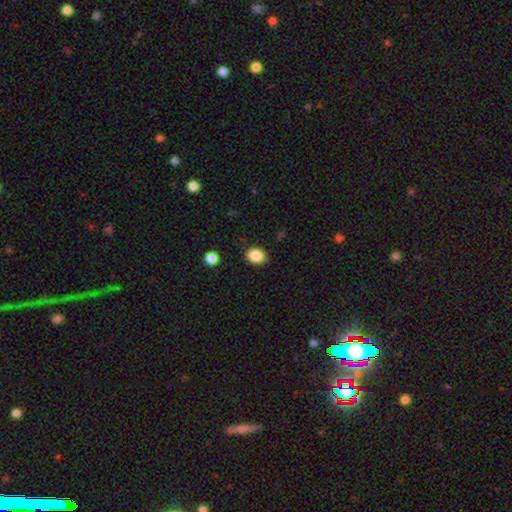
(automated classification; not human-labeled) A smooth galaxy with no disk features (87%) that is in between round and cigar-shaped (52%). Merging: none (89%).